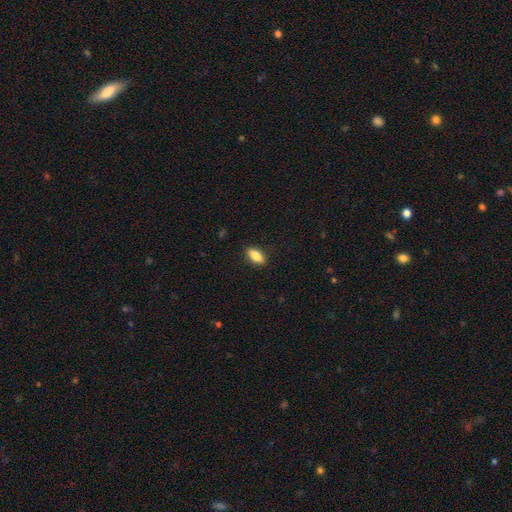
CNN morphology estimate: Q: Smooth or featured?
A: smooth (82%); runner-up: featured or disk (10%)
Q: How rounded?
A: in between (84%); runner-up: cigar-shaped (12%)
Q: Merging?
A: none (88%); runner-up: minor disturbance (9%)